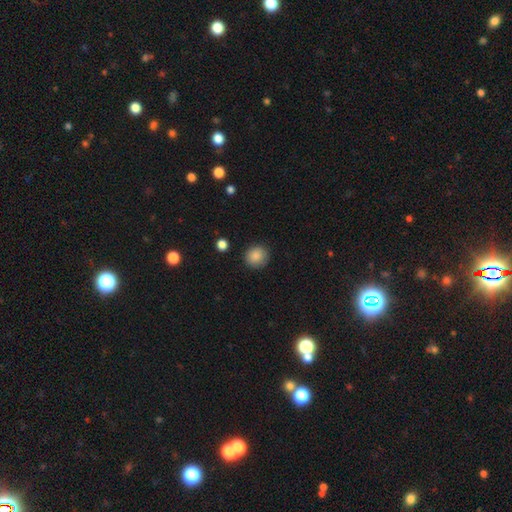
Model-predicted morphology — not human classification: This appears to be a smooth galaxy with no disk features (88%) that is round (88%). Merging: none (88%).